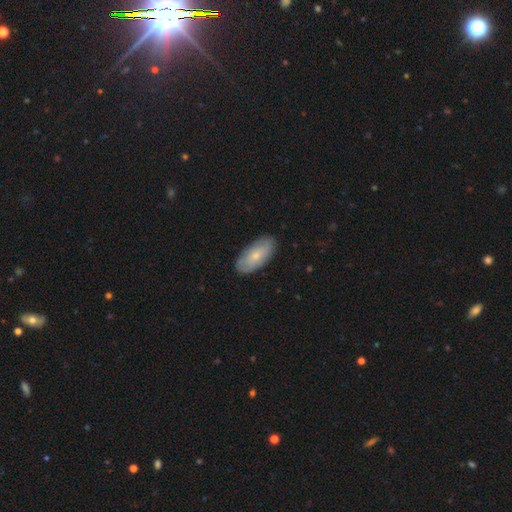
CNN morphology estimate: This is likely a smooth galaxy (65%). How rounded: clearly in between (91%). Merging: clearly none (84%).